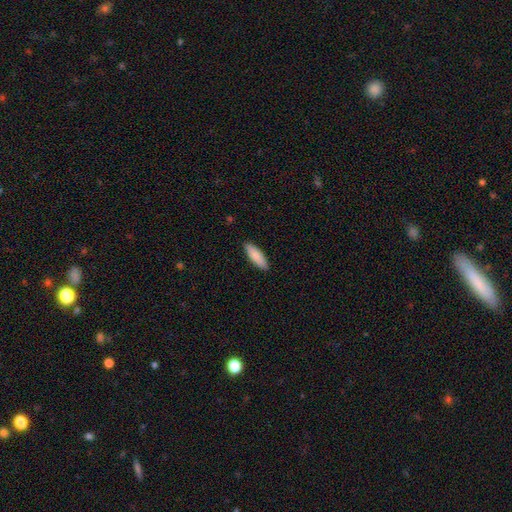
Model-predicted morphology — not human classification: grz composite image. It shows a smooth galaxy with no disk features (87%) that is in between round and cigar-shaped (55%). Merging: none (89%).